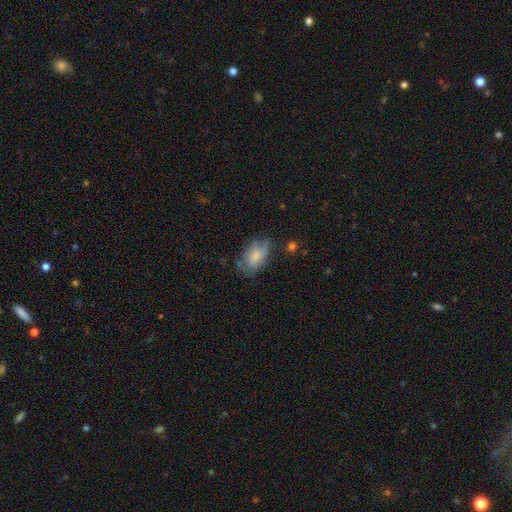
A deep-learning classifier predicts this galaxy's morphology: Smooth or featured? Predicted: smooth (p=0.65). How rounded? Predicted: in between (p=0.89). Merging? Predicted: none (p=0.50).